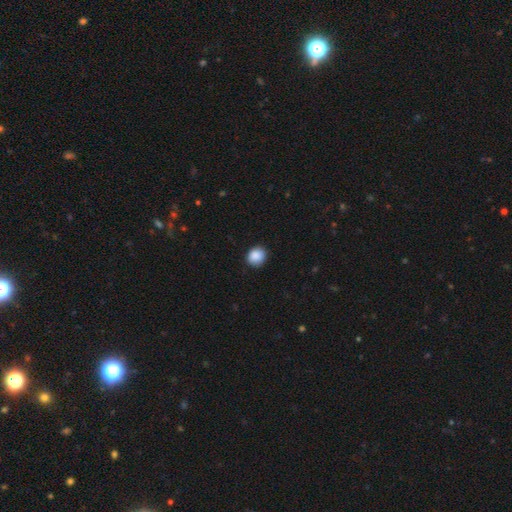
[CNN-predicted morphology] Smooth or featured? smooth (89%)
How rounded? round (79%)
Merging? none (87%)